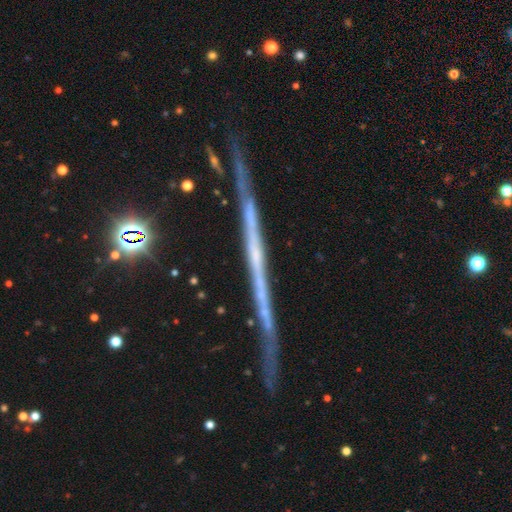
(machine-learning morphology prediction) This appears to be a featured or disk galaxy (77%) viewed edge-on (96%) with no central bulge (84%). Merging: none (83%).